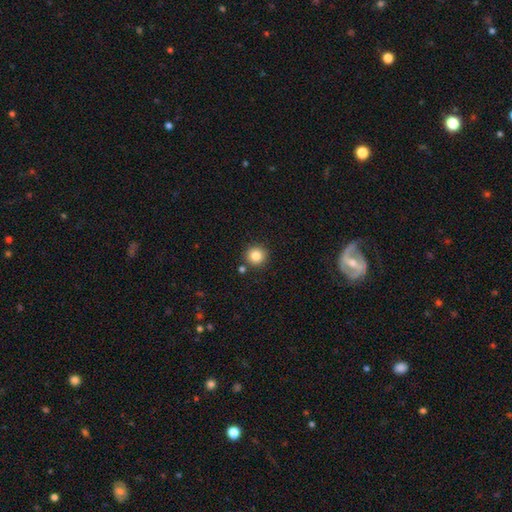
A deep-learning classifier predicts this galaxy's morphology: type=smooth (84%); roundness=round (94%); merging=none (86%).